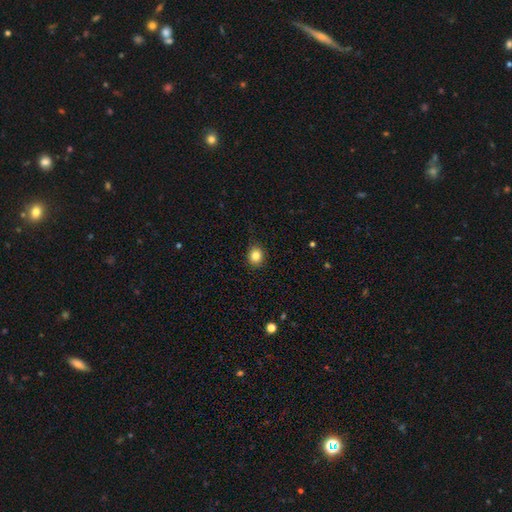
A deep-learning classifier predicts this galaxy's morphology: Smooth or featured?
  - smooth: 83% *
  - star or artifact: 11%
  - featured or disk: 6%
How rounded?
  - round: 78% *
  - in between: 21%
  - cigar-shaped: 1%
Merging?
  - none: 85% *
  - minor disturbance: 11%
  - major disturbance: 2%
  - merger: 1%